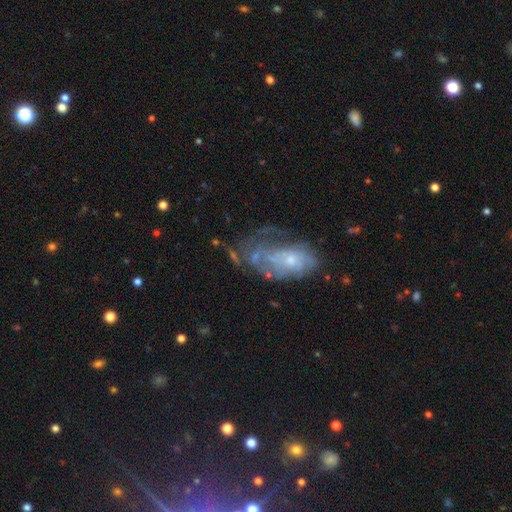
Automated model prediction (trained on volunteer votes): featured or disk 62%, smooth 28%, star or artifact 10%. Down the decision tree: edge-on disk — no (95%); bar — no (81%); spiral arms — no (57%); bulge size — small (56%); merging — major disturbance (41%).